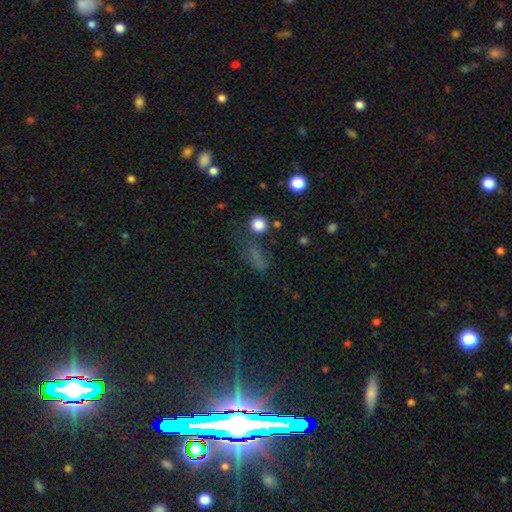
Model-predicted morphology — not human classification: smooth-or-featured: smooth: 45% | star or artifact: 43% | featured or disk: 12%
  merging: none: 59% | minor disturbance: 18% | major disturbance: 15% | merger: 9%